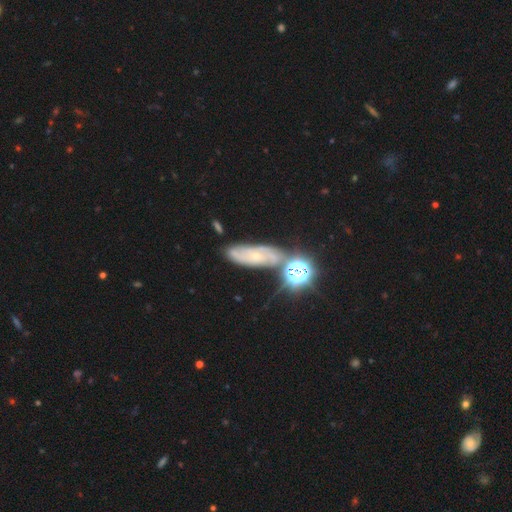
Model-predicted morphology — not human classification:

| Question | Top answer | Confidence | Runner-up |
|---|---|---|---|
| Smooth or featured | featured or disk | 55% | smooth (23%) |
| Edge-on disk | no | 83% | yes (17%) |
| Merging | none | 63% | minor disturbance (18%) |